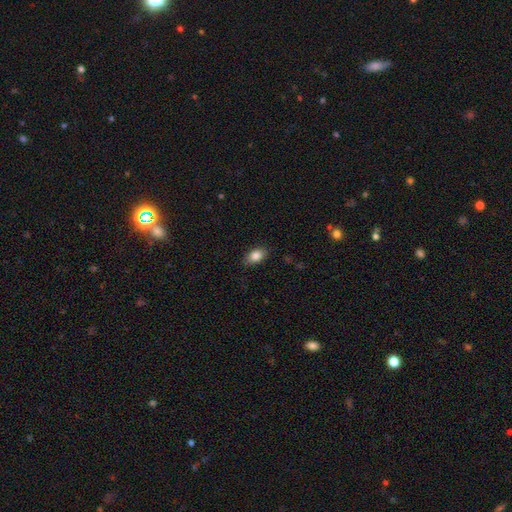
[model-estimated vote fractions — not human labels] Smooth or featured? Predicted: smooth (p=0.85). How rounded? Predicted: in between (p=0.89). Merging? Predicted: none (p=0.85).